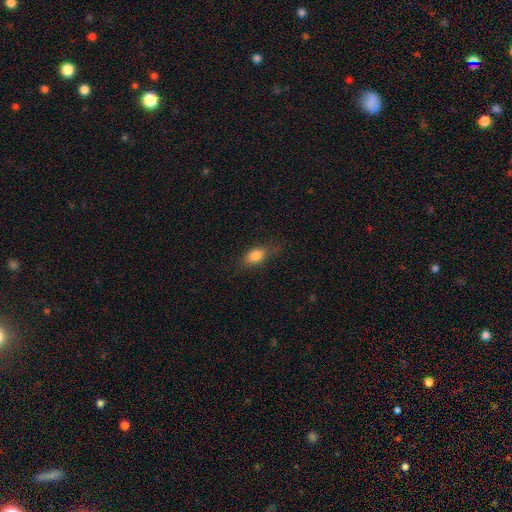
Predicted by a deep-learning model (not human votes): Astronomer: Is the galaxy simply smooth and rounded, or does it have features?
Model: smooth — 81%.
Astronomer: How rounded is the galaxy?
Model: in between — 82%.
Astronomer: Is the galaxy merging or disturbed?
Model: none — 72%.